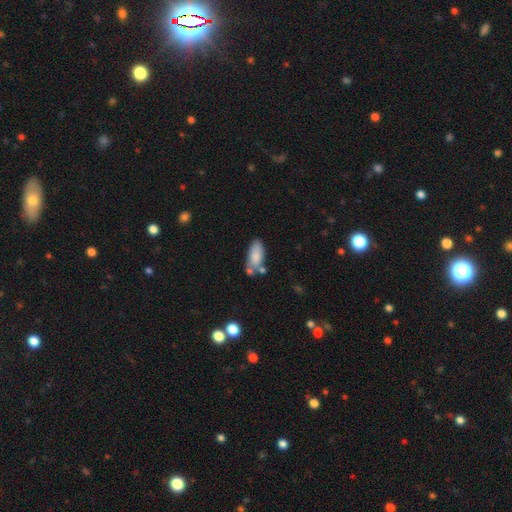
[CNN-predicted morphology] This is clearly a smooth galaxy (81%). How rounded: clearly in between (86%). Merging: possibly none (51%).